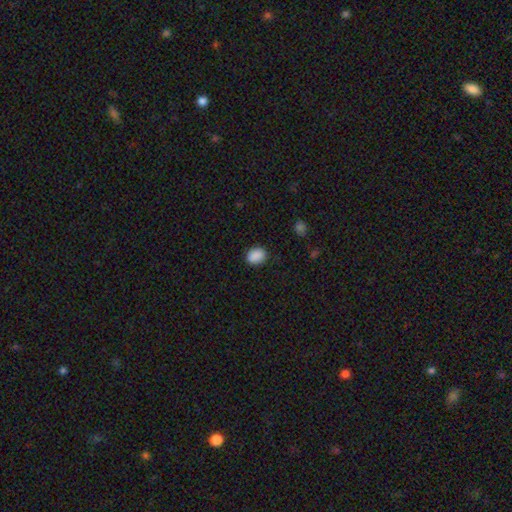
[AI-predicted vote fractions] Overall: smooth (89%). How rounded: in between (61%; round 38%). Merging: none (87%).